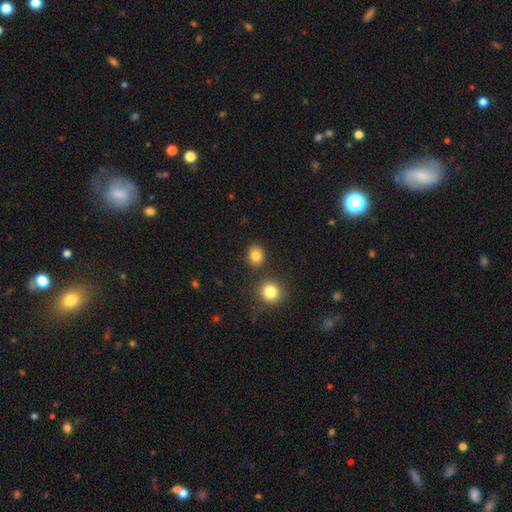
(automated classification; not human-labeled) Smooth or featured? Predicted: smooth (p=0.83). How rounded? Predicted: round (p=0.66). Merging? Predicted: none (p=0.82).